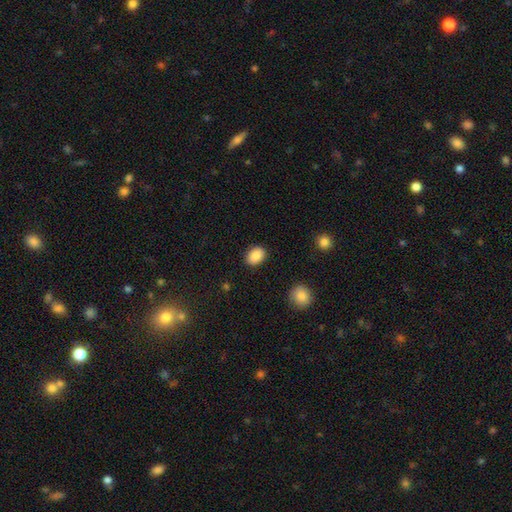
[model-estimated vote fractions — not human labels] This is clearly a smooth galaxy (88%). How rounded: likely in between (74%). Merging: clearly none (88%).